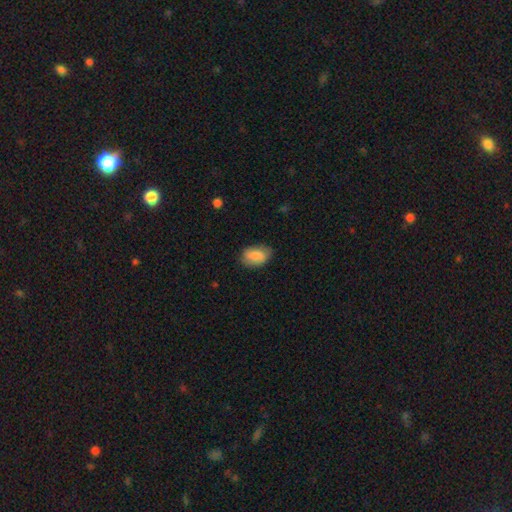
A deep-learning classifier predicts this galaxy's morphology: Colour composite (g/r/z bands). It shows a smooth galaxy with no disk features (77%) that is in between round and cigar-shaped (89%). Merging: none (74%).